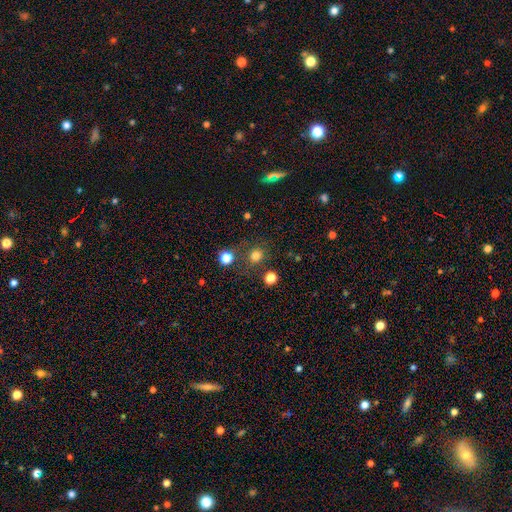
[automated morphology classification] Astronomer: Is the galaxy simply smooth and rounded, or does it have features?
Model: smooth — 76%.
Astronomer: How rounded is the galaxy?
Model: round — 87%.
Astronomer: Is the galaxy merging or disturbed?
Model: none — 76%.